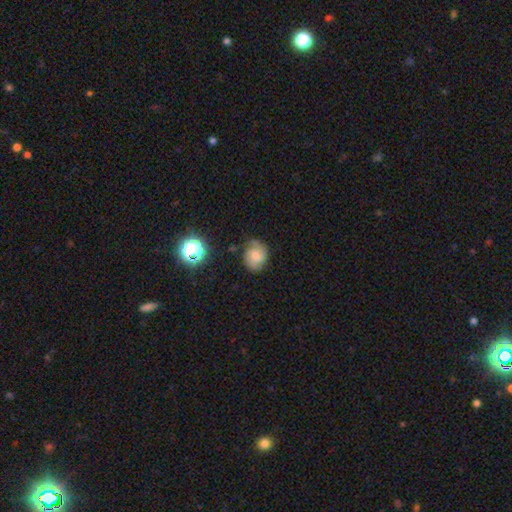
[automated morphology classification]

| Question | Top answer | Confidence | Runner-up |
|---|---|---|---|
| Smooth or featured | featured or disk | 46% | smooth (42%) |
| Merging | none | 64% | minor disturbance (25%) |